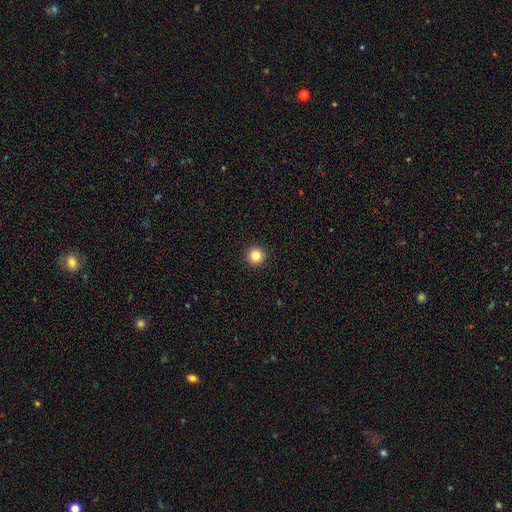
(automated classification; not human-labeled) The model was most divided on "smooth or featured": smooth: 83%, star or artifact: 12%, featured or disk: 5%. More confident: how rounded — round (96%); merging — none (94%).